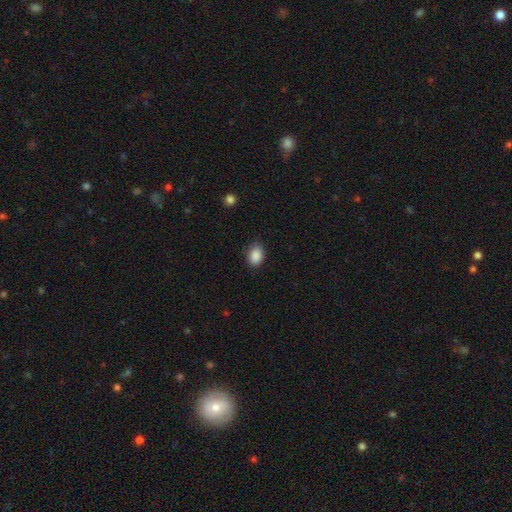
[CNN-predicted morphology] The model was most divided on "how rounded": in between: 76%, round: 23%, cigar-shaped: 1%. More confident: smooth or featured — smooth (89%); merging — none (81%).